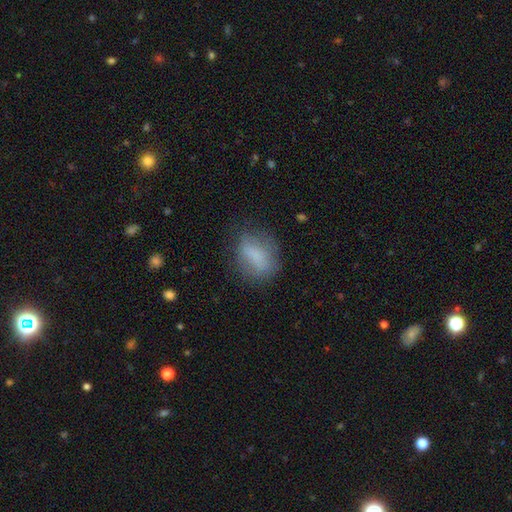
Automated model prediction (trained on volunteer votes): smooth 74%, featured or disk 17%, star or artifact 9%. Down the decision tree: how rounded — in between (71%); merging — none (65%).